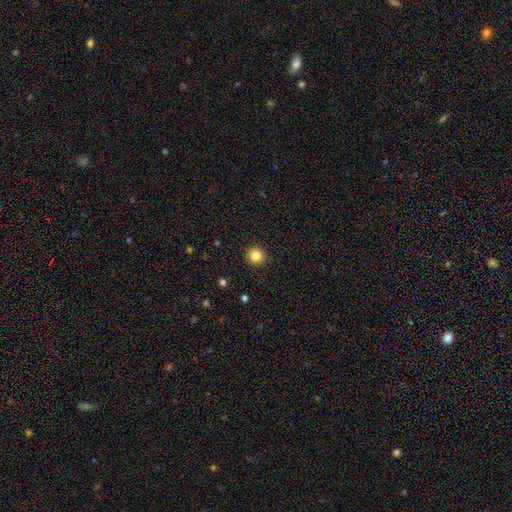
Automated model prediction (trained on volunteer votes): This appears to be a smooth galaxy with no disk features (83%) that is round (95%). Merging: none (93%).